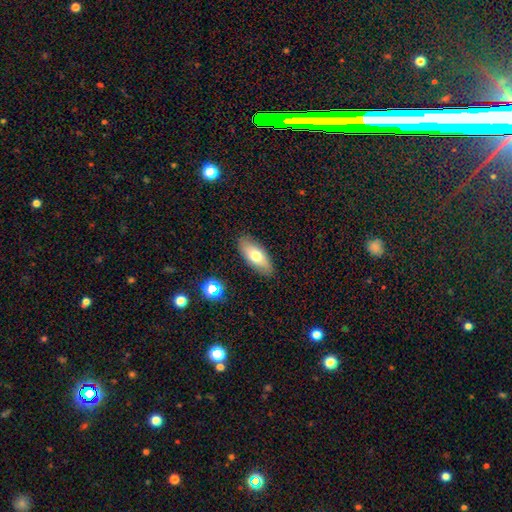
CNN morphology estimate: type=smooth (68%); roundness=in between (80%); merging=none (88%).